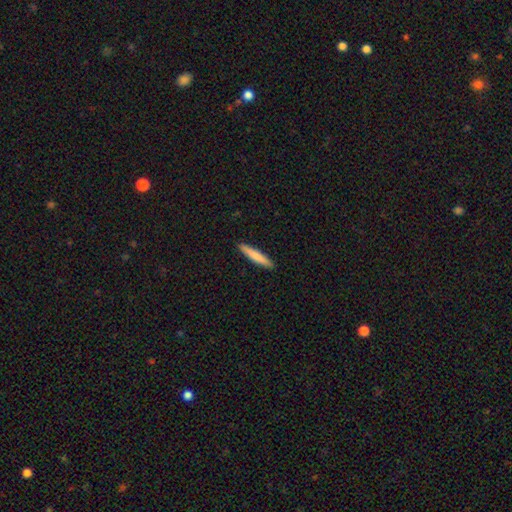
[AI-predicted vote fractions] A smooth galaxy with no disk features (79%) that is cigar-shaped (92%). Merging: none (92%).